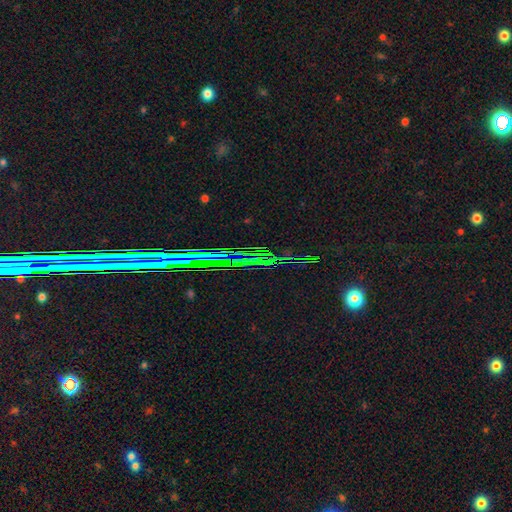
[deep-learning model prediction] This appears to be a star or artifact, not a galaxy (73%).